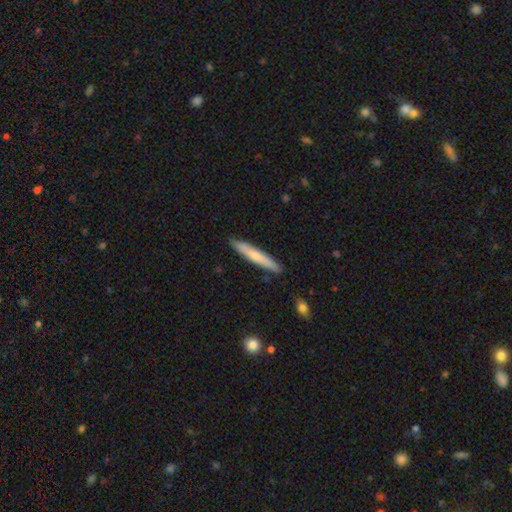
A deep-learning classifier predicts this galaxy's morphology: Smooth or featured?
  - smooth: 66% *
  - featured or disk: 29%
  - star or artifact: 5%
How rounded?
  - cigar-shaped: 94% *
  - in between: 5%
  - round: 1%
Merging?
  - none: 87% *
  - minor disturbance: 10%
  - major disturbance: 2%
  - merger: 1%